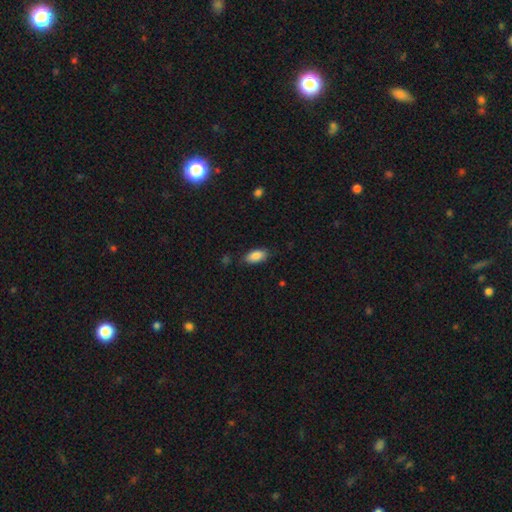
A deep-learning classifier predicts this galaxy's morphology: A smooth galaxy with no disk features (87%) that is in between round and cigar-shaped (90%). Merging: none (81%).